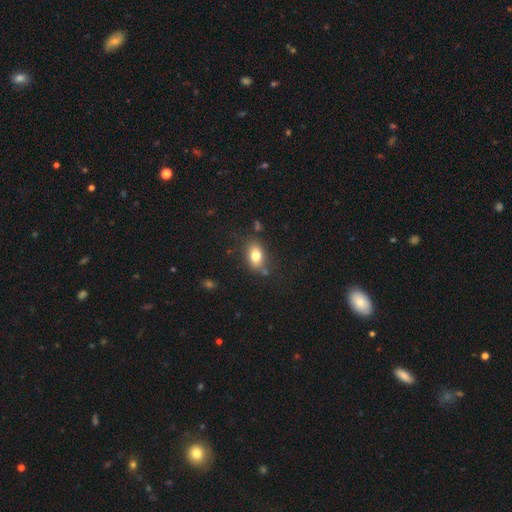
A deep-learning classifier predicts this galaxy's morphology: type=smooth (79%); roundness=in between (80%); merging=none (74%).